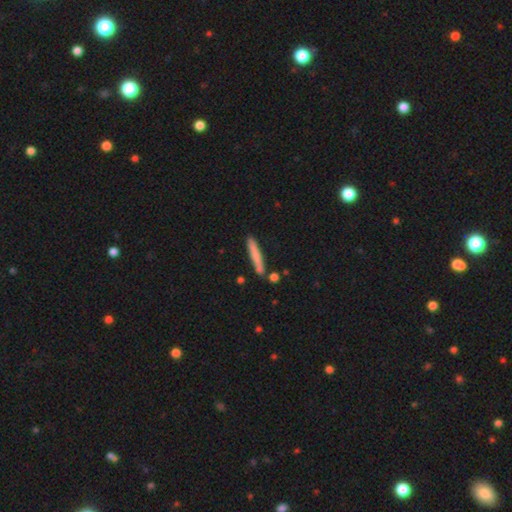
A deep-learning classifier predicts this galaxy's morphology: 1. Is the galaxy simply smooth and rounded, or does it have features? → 72% smooth, 22% featured or disk, 6% star or artifact.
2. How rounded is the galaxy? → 95% cigar-shaped, 4% in between, 1% round.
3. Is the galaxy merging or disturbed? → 80% none, 11% minor disturbance, 6% merger, 2% major disturbance.